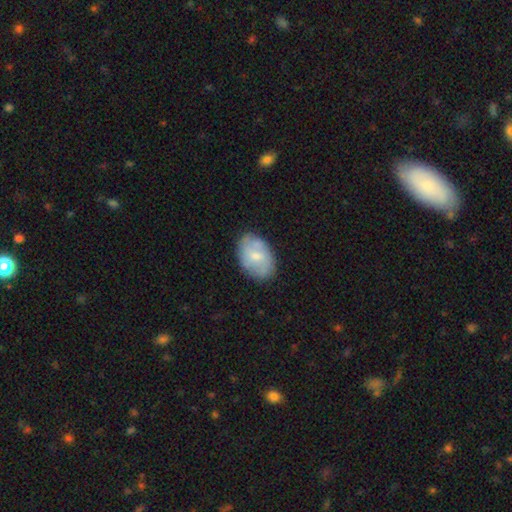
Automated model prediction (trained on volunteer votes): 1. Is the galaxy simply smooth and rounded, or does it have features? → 59% smooth, 34% featured or disk, 6% star or artifact.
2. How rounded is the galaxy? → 85% in between, 13% round, 1% cigar-shaped.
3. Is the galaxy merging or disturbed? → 77% none, 18% minor disturbance, 4% major disturbance, 2% merger.